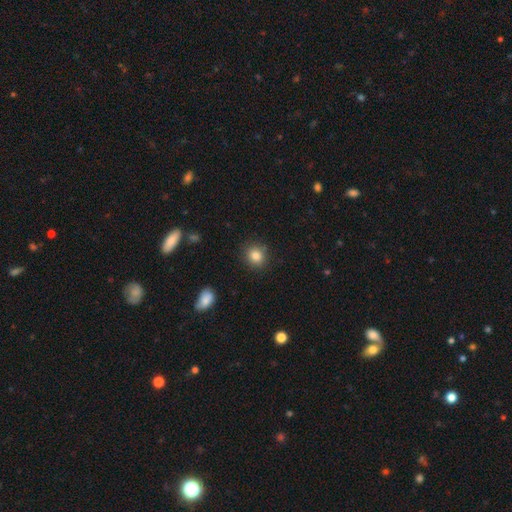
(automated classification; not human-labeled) Smooth or featured?
  - smooth: 85% *
  - star or artifact: 10%
  - featured or disk: 5%
How rounded?
  - round: 76% *
  - in between: 23%
  - cigar-shaped: 1%
Merging?
  - none: 87% *
  - minor disturbance: 9%
  - major disturbance: 3%
  - merger: 2%